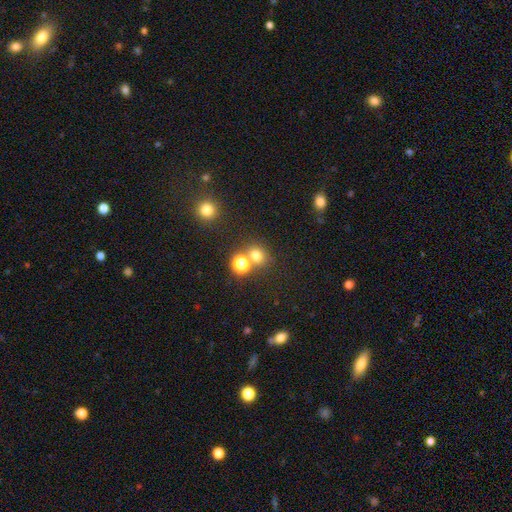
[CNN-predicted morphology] Overall: smooth (70%). How rounded: round (76%). Merging: none (66%).